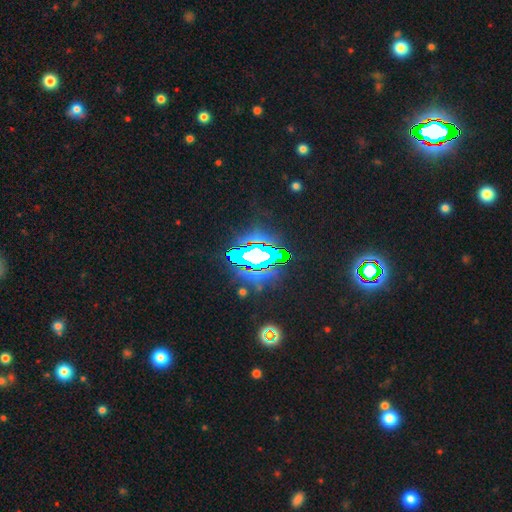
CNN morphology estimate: A star or artifact, not a galaxy (67%).